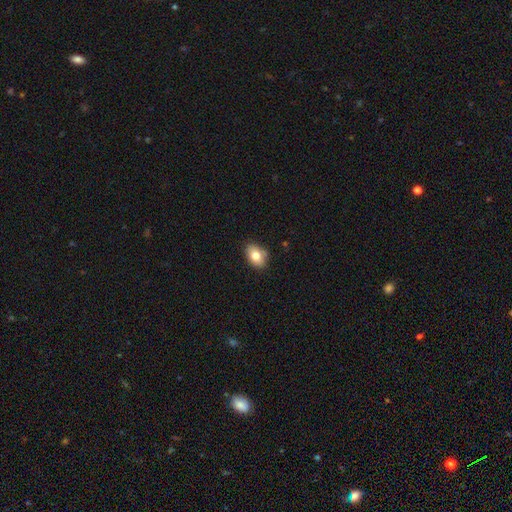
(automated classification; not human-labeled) Smooth or featured: smooth — 79% (featured or disk — 12%)
How rounded: in between — 82% (round — 16%)
Merging: none — 80% (minor disturbance — 16%)